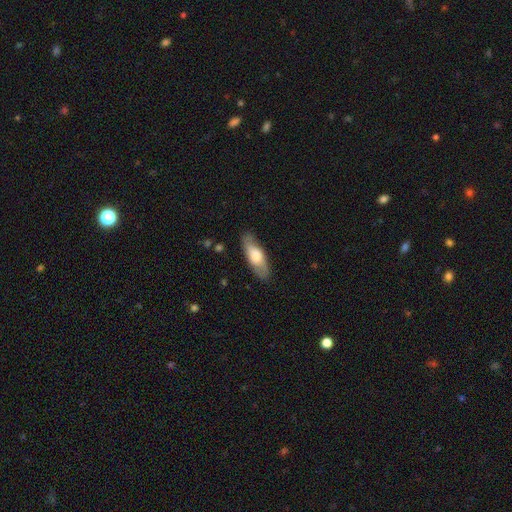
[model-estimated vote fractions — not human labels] Overall: smooth (56%; featured or disk 38%). How rounded: in between (64%; cigar-shaped 33%). Merging: none (81%).